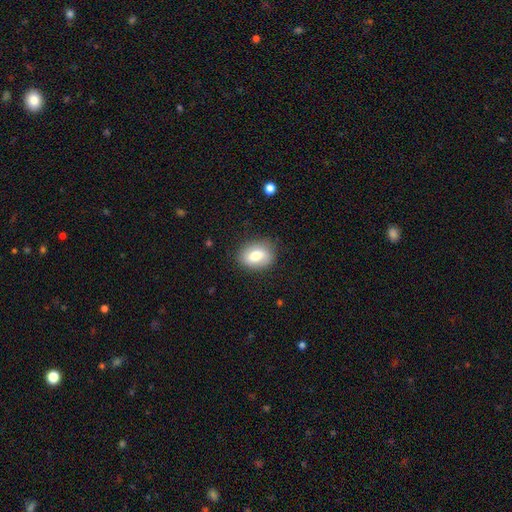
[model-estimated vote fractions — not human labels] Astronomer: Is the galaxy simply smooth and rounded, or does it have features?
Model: smooth — 75%.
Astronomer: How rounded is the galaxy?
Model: in between — 72%.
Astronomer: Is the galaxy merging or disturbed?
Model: none — 82%.